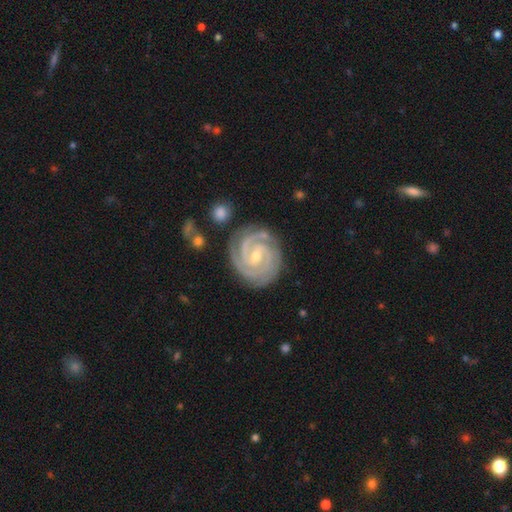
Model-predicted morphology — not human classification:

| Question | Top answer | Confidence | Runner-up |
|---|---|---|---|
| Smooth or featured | featured or disk | 93% | star or artifact (4%) |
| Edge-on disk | no | 98% | yes (2%) |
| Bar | weak | 42% | no (37%) |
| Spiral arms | yes | 99% | no (1%) |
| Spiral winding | tight | 83% | medium (15%) |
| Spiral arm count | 3 | 38% | 2 (34%) |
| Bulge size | small | 61% | moderate (36%) |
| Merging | none | 81% | minor disturbance (14%) |